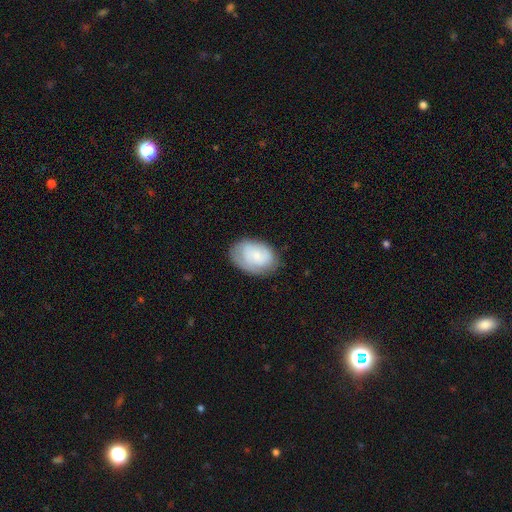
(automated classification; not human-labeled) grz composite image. It shows a smooth galaxy with no disk features (63%) that is in between round and cigar-shaped (81%). Merging: none (71%).